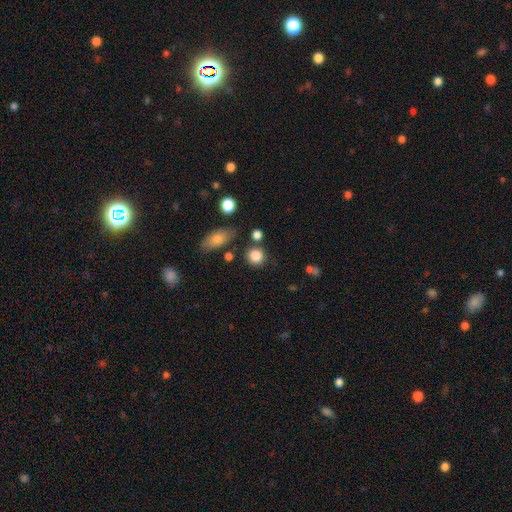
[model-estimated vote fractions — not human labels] Smooth or featured? smooth (85%)
How rounded? round (88%)
Merging? none (77%)